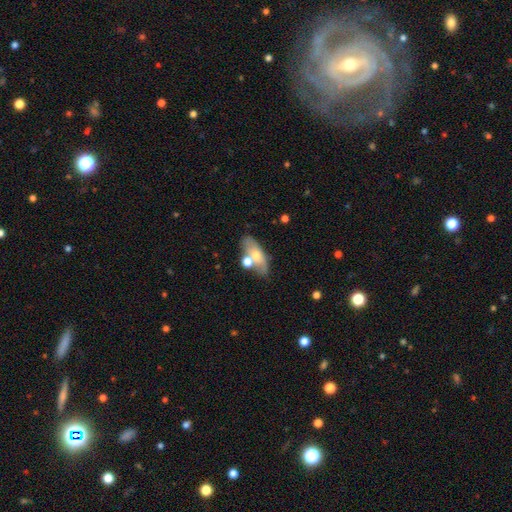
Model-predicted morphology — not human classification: Overall: smooth (59%; featured or disk 33%). How rounded: in between (75%). Merging: none (59%; merger 21%).